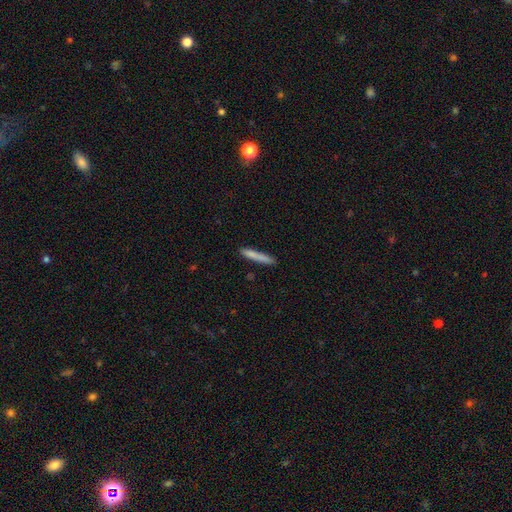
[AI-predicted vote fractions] Smooth or featured: smooth — 78% (featured or disk — 16%)
How rounded: cigar-shaped — 95% (in between — 4%)
Merging: none — 86% (minor disturbance — 10%)